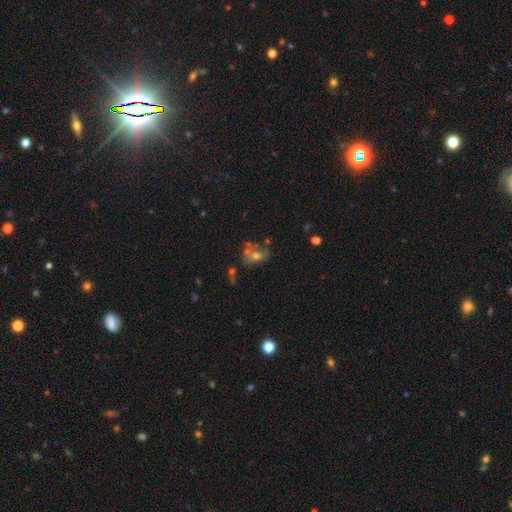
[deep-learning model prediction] Overall: smooth (52%; featured or disk 32%). How rounded: in between (66%; round 31%). Merging: none (39%; merger 24%).